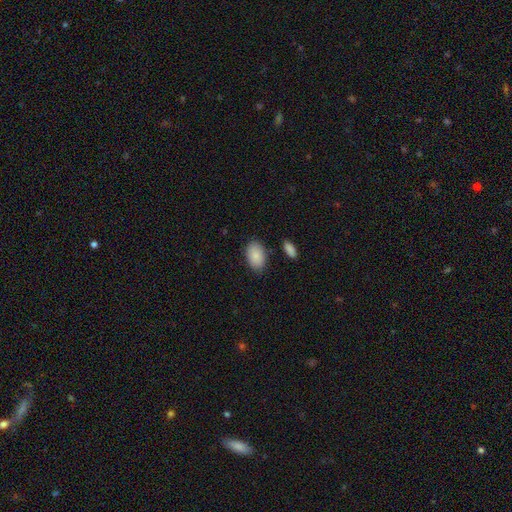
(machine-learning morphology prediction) smooth_or_featured: smooth (p=0.87) [alt: star or artifact p=0.06]
how_rounded: in between (p=0.92) [alt: round p=0.07]
merging: none (p=0.81) [alt: minor disturbance p=0.13]